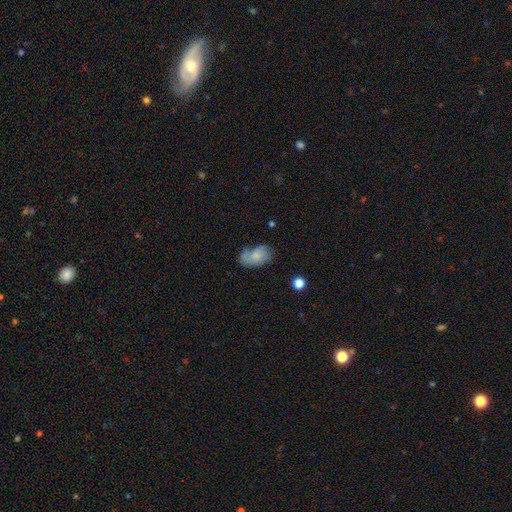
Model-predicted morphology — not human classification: Smooth or featured? smooth (54%)
How rounded? in between (89%)
Merging? none (51%)